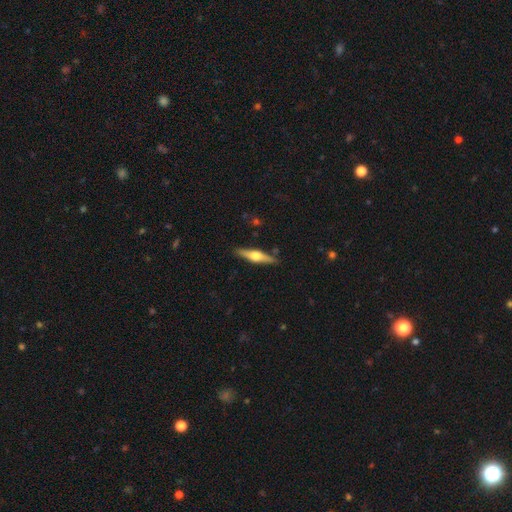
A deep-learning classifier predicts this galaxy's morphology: Q: Smooth or featured?
A: featured or disk (64%); runner-up: smooth (31%)
Q: Edge-on disk?
A: yes (97%); runner-up: no (3%)
Q: Edge-on bulge?
A: rounded (93%); runner-up: boxy (5%)
Q: Merging?
A: none (88%); runner-up: minor disturbance (9%)